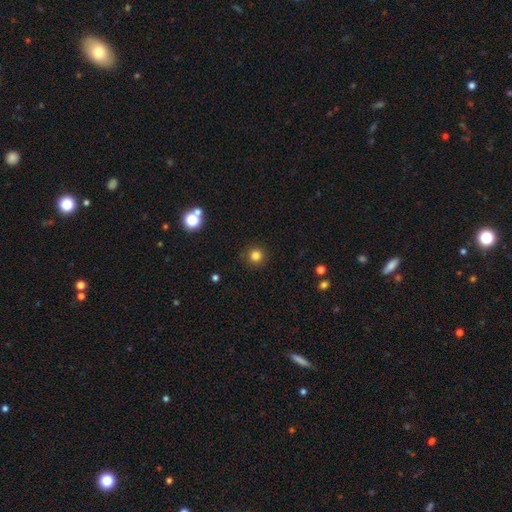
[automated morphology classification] Smooth or featured: smooth — 82% (star or artifact — 13%)
How rounded: round — 95% (in between — 4%)
Merging: none — 91% (minor disturbance — 6%)